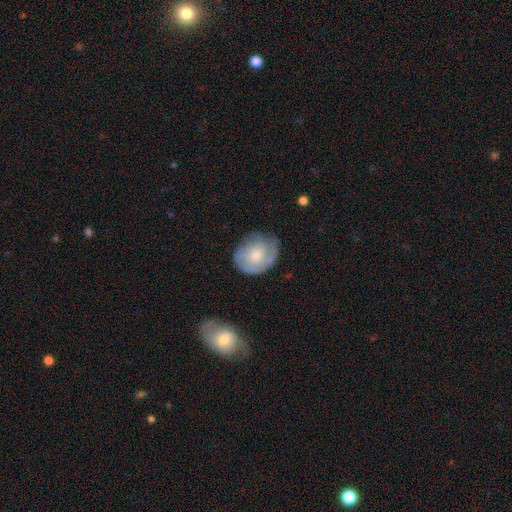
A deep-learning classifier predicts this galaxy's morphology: This is possibly a smooth galaxy (49%). Merging: likely none (62%).